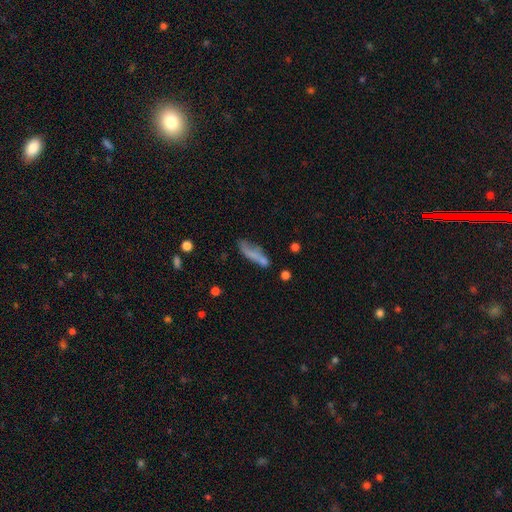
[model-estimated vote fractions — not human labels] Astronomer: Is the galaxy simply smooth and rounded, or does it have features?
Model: smooth — 64%.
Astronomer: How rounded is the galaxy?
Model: cigar-shaped — 70%.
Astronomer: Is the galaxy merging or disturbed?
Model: none — 47% (runner-up: minor disturbance, 27%).